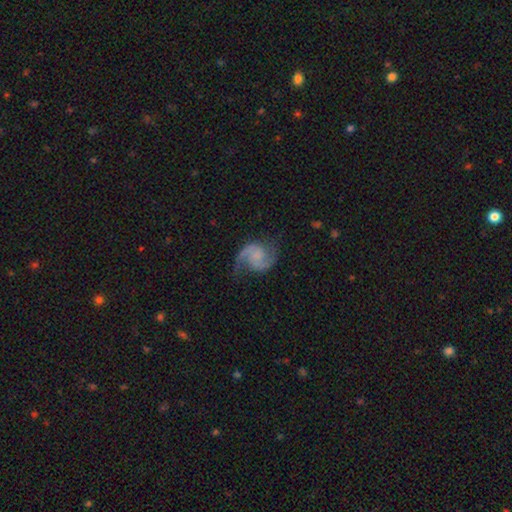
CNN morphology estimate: The model was most divided on "bulge size": none: 43%, small: 34%, moderate: 18%, large: 4%, dominant: 1%. More confident: edge-on disk — no (98%); spiral arms — yes (98%); spiral arm count — 2 (92%); smooth or featured — featured or disk (87%); merging — none (73%); bar — no (61%); spiral winding — medium (52%).